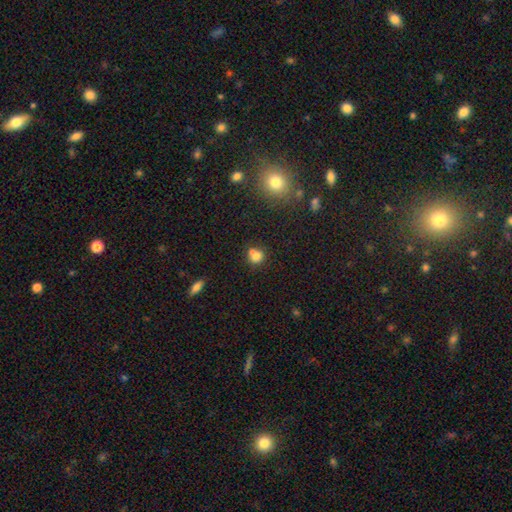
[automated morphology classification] Smooth or featured? smooth (75%)
How rounded? round (78%)
Merging? merger (44%)